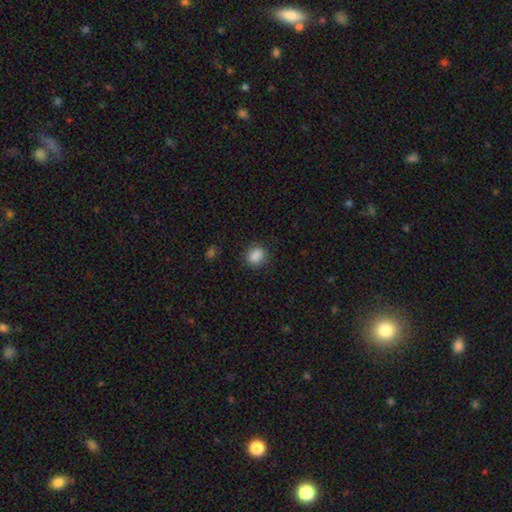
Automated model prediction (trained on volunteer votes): Q: Smooth or featured?
A: smooth (87%); runner-up: star or artifact (9%)
Q: How rounded?
A: round (60%); runner-up: in between (39%)
Q: Merging?
A: none (85%); runner-up: minor disturbance (11%)